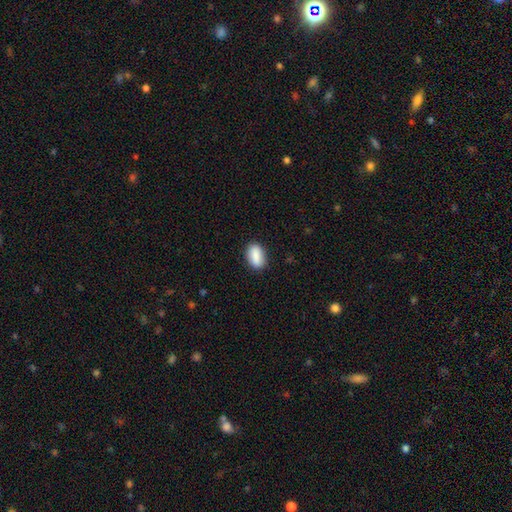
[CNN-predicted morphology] Q: Smooth or featured?
A: smooth (88%); runner-up: star or artifact (7%)
Q: How rounded?
A: in between (88%); runner-up: round (8%)
Q: Merging?
A: none (87%); runner-up: minor disturbance (10%)